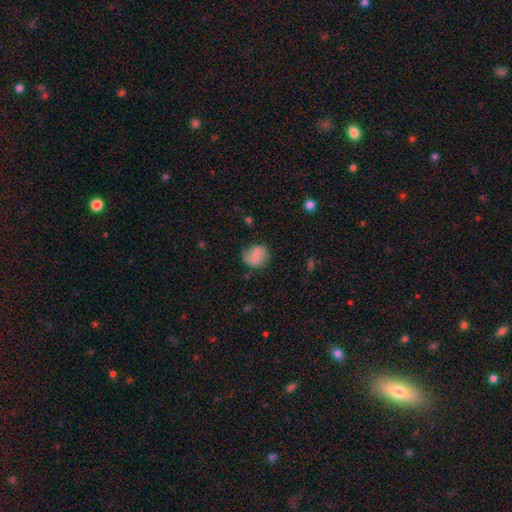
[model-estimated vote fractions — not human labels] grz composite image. It shows a smooth galaxy with no disk features (60%) that is round (69%). Merging: none (72%).